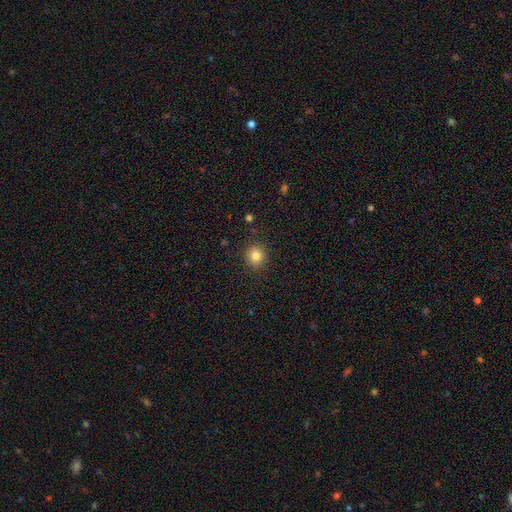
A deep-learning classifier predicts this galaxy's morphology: type=smooth (83%); roundness=round (90%); merging=none (90%).